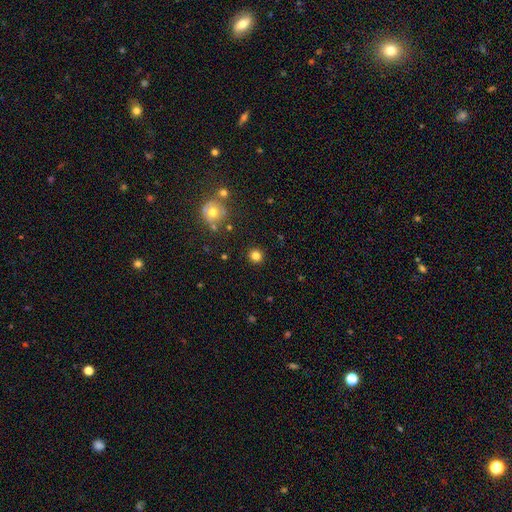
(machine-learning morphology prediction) Overall: smooth (80%). How rounded: round (92%). Merging: none (90%).